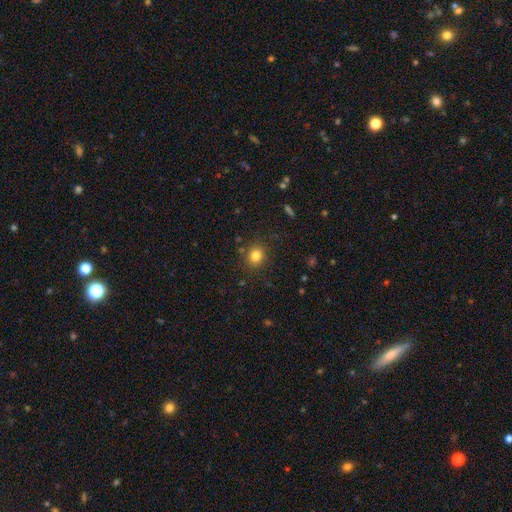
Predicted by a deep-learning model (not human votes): Morphology: type=smooth (81%); roundness=round (72%); merging=none (85%).